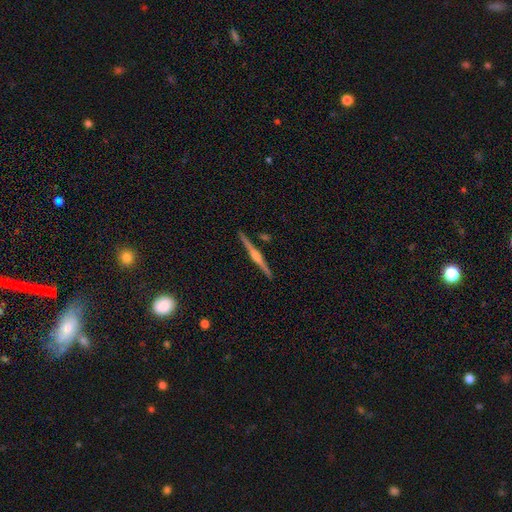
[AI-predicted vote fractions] Smooth or featured?
  - featured or disk: 81% *
  - smooth: 13%
  - star or artifact: 5%
Edge-on disk?
  - yes: 99% *
  - no: 1%
Edge-on bulge?
  - rounded: 82% *
  - boxy: 11%
  - none: 7%
Merging?
  - none: 92% *
  - minor disturbance: 5%
  - merger: 1%
  - major disturbance: 1%